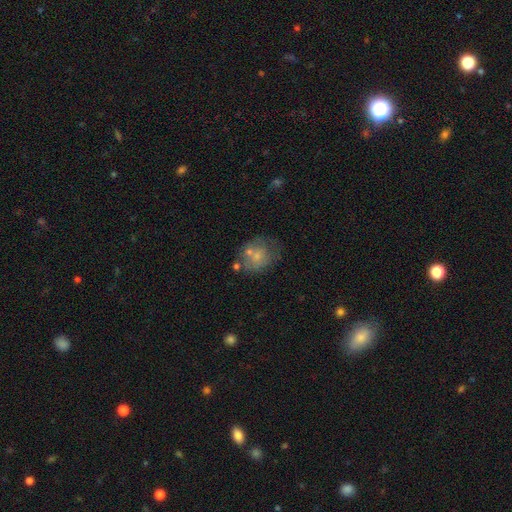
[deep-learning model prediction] Smooth or featured: smooth — 61% (featured or disk — 30%)
How rounded: round — 59% (in between — 40%)
Merging: none — 44% (minor disturbance — 23%)